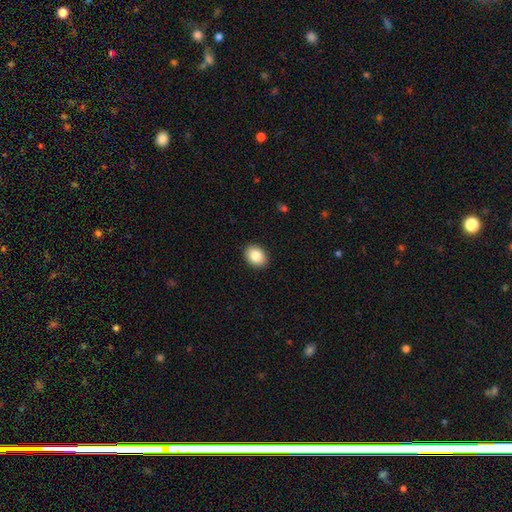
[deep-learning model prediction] The model was most divided on "how rounded": in between: 68%, round: 31%, cigar-shaped: 1%. More confident: merging — none (91%); smooth or featured — smooth (86%).